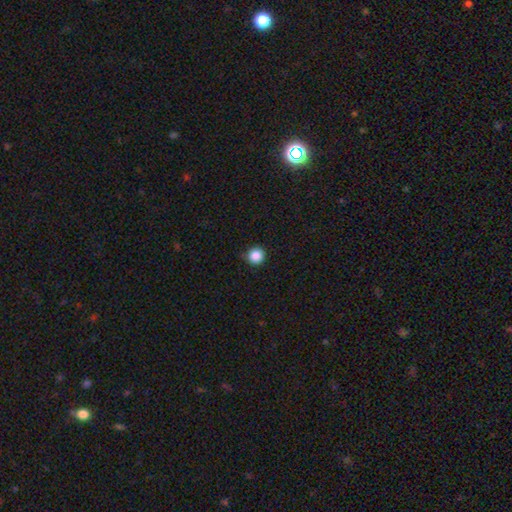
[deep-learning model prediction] A smooth galaxy with no disk features (87%) that is round (95%).

Vote fractions:
- Smooth or featured? smooth: 87% / star or artifact: 10% / featured or disk: 3%
- How rounded? round: 95% / in between: 4% / cigar-shaped: 1%
- Merging? none: 89% / minor disturbance: 8% / major disturbance: 2% / merger: 1%